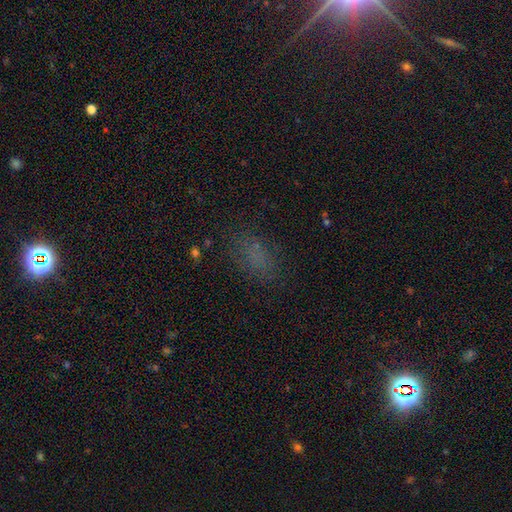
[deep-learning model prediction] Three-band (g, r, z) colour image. It shows a smooth galaxy with no disk features (65%) that is in between round and cigar-shaped (85%). Merging: none (72%).